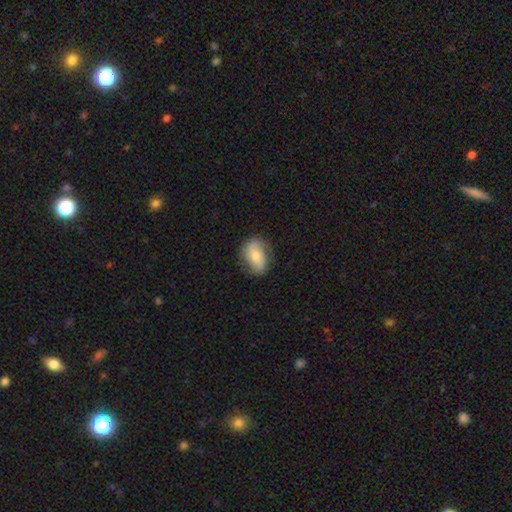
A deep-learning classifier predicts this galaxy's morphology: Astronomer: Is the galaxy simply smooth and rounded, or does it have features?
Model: smooth — 54% (runner-up: featured or disk, 38%).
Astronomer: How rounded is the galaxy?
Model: in between — 80%.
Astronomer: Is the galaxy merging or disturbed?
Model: none — 75%.